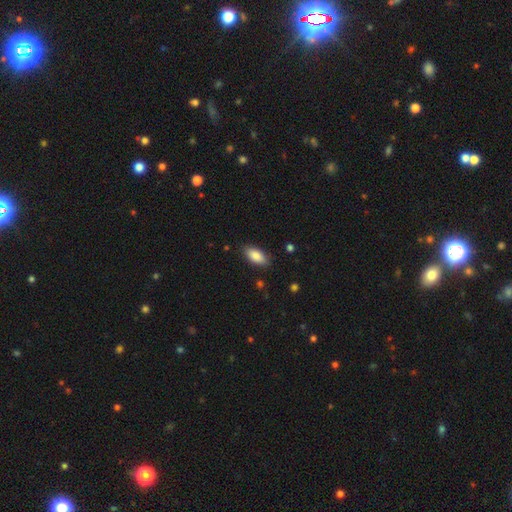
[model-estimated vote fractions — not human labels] Smooth or featured?
  - smooth: 86% *
  - featured or disk: 8%
  - star or artifact: 7%
How rounded?
  - in between: 90% *
  - cigar-shaped: 8%
  - round: 2%
Merging?
  - none: 85% *
  - minor disturbance: 11%
  - major disturbance: 2%
  - merger: 1%